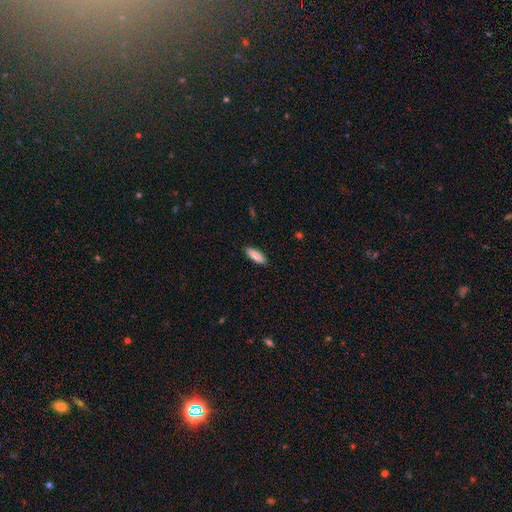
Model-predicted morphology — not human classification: This appears to be a smooth galaxy with no disk features (89%) that is in between round and cigar-shaped (64%). Merging: none (90%).